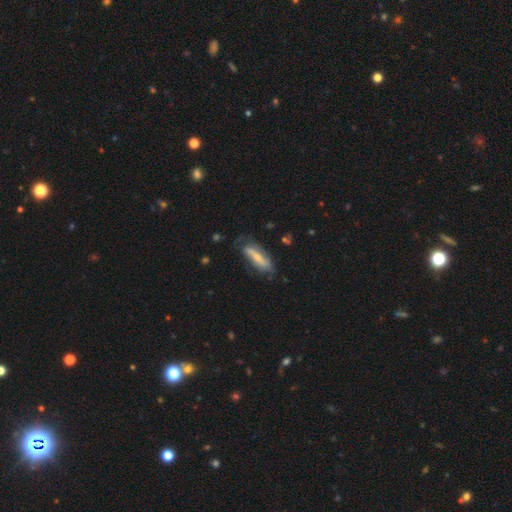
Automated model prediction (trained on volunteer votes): The model was most divided on "smooth or featured": featured or disk: 52%, smooth: 40%, star or artifact: 8%. More confident: edge-on disk — no (65%); merging — none (60%).